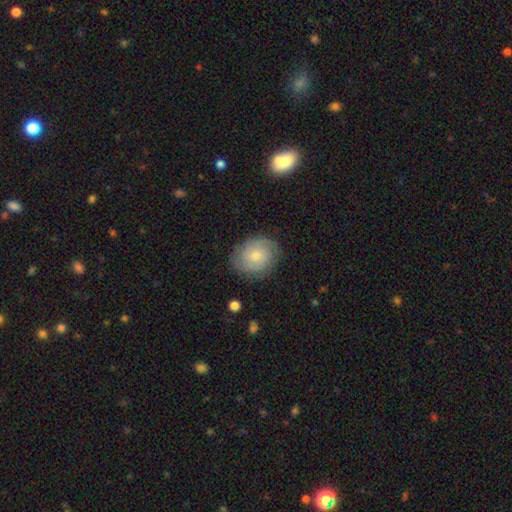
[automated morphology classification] Smooth or featured: smooth — 51% (featured or disk — 41%)
How rounded: round — 63% (in between — 36%)
Merging: none — 79% (minor disturbance — 15%)